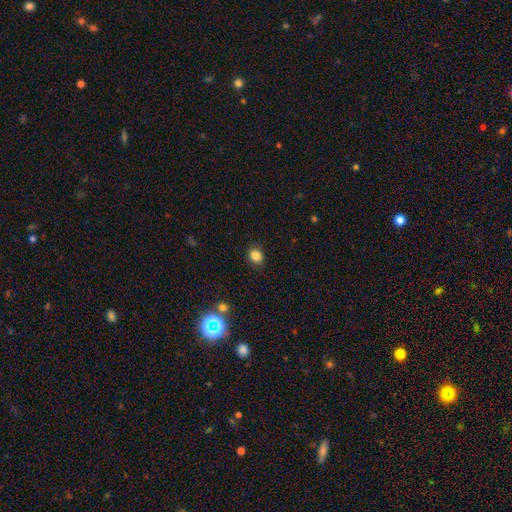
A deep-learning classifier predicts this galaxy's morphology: smooth-or-featured: smooth: 83% | star or artifact: 12% | featured or disk: 5%
  how-rounded: round: 56% | in between: 43% | cigar-shaped: 1%
  merging: none: 84% | minor disturbance: 12% | major disturbance: 3% | merger: 1%